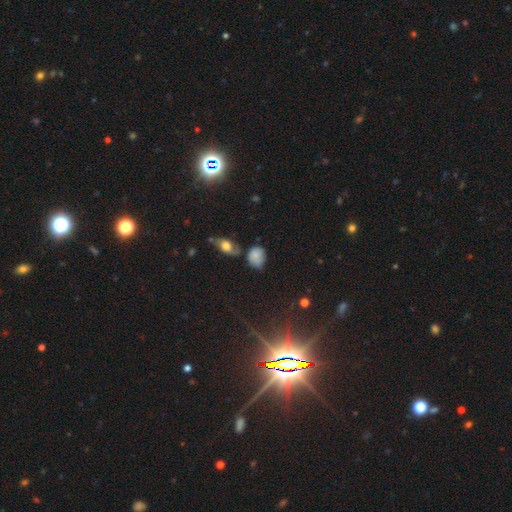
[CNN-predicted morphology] Smooth or featured? smooth (74%)
How rounded? in between (50%)
Merging? none (46%)